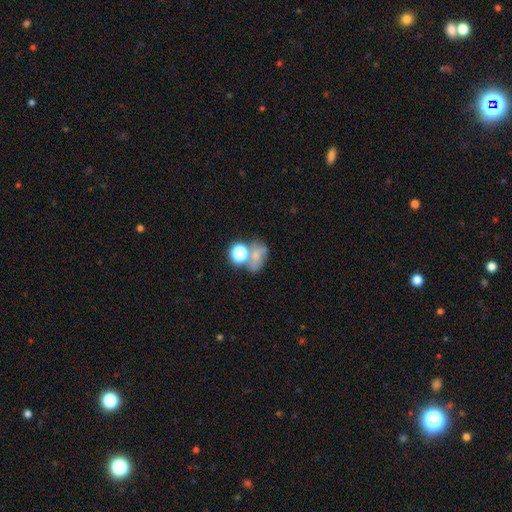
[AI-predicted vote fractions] This is possibly a smooth galaxy (58%). How rounded: possibly in between (60%). Merging: marginally merger (35%).